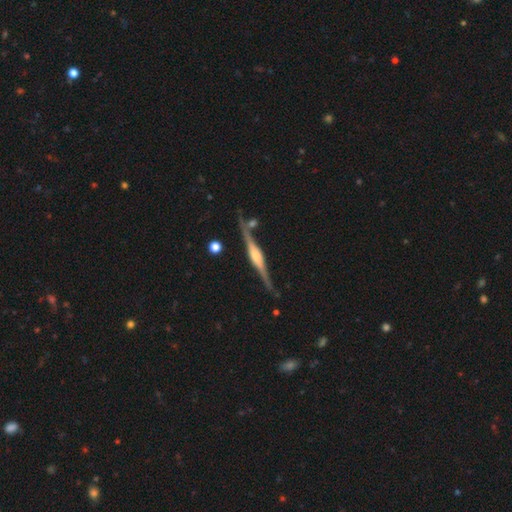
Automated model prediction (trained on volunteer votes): A featured or disk galaxy (84%) viewed edge-on (98%) with a rounded central bulge (79%). Merging: none (82%).